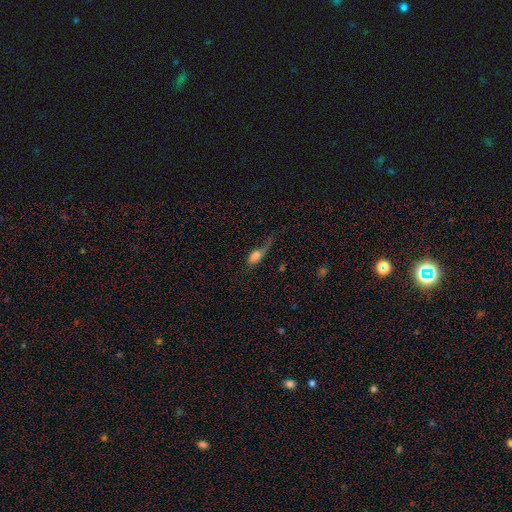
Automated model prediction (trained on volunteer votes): Morphology: type=smooth (66%); roundness=in between (74%); merging=major disturbance (43%).